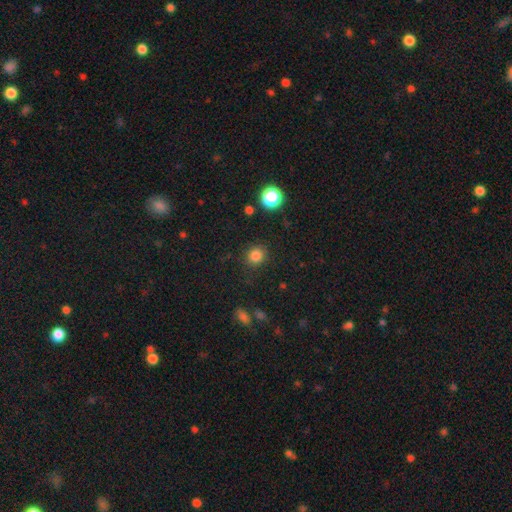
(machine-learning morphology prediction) Smooth or featured?
  - smooth: 83% *
  - star or artifact: 13%
  - featured or disk: 4%
How rounded?
  - round: 85% *
  - in between: 14%
  - cigar-shaped: 1%
Merging?
  - none: 87% *
  - minor disturbance: 8%
  - major disturbance: 3%
  - merger: 2%